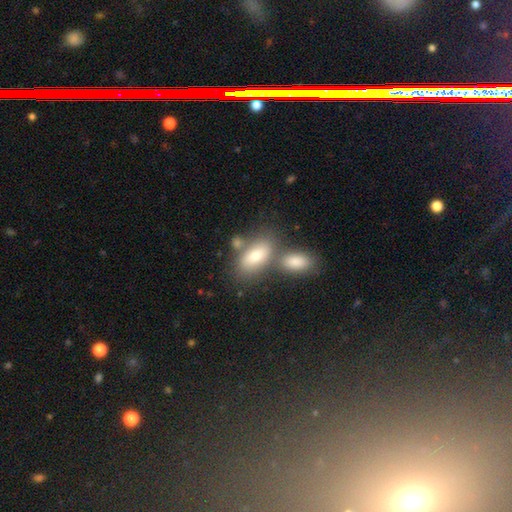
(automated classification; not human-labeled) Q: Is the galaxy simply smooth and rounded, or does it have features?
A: smooth — 75%.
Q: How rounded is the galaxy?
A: in between — 87%.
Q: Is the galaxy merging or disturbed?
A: none — 48%.